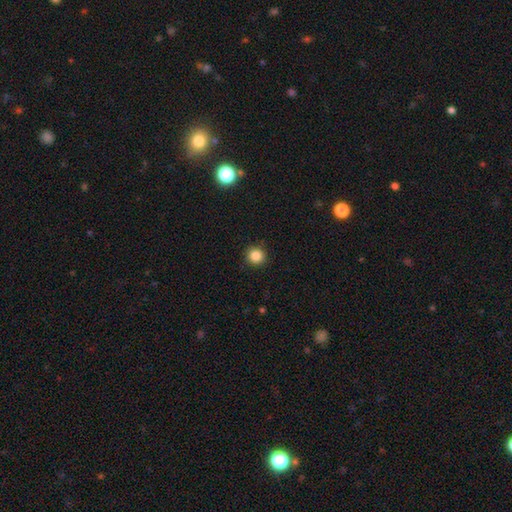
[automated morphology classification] Overall: smooth (85%). How rounded: round (94%). Merging: none (91%).